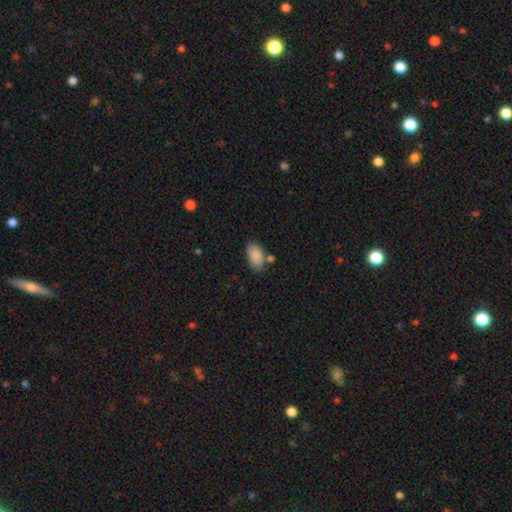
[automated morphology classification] Smooth or featured?
  - smooth: 88% *
  - star or artifact: 7%
  - featured or disk: 5%
How rounded?
  - in between: 94% *
  - round: 5%
  - cigar-shaped: 2%
Merging?
  - none: 70% *
  - minor disturbance: 16%
  - merger: 10%
  - major disturbance: 4%